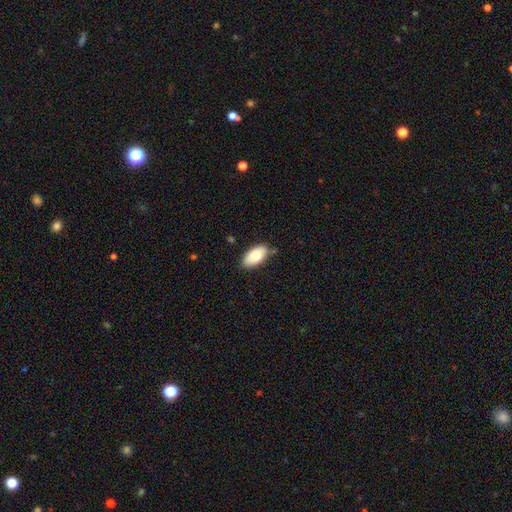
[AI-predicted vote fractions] The model was most divided on "merging": none: 79%, minor disturbance: 16%, major disturbance: 3%, merger: 2%. More confident: how rounded — in between (93%); smooth or featured — smooth (79%).